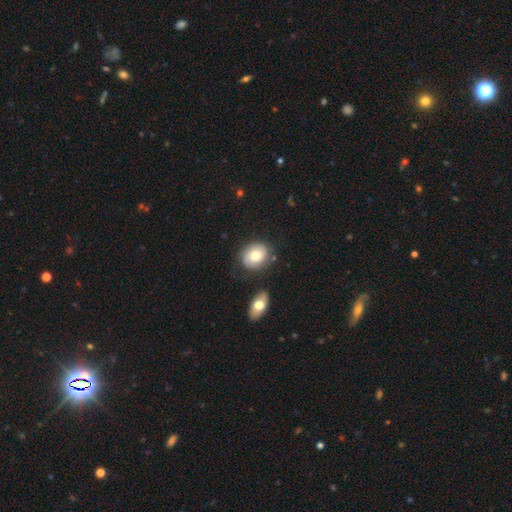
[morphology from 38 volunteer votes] smooth 55%, featured or disk 34%, star or artifact 11%. Down the decision tree: how rounded — in between (67%); merging — none (59%).